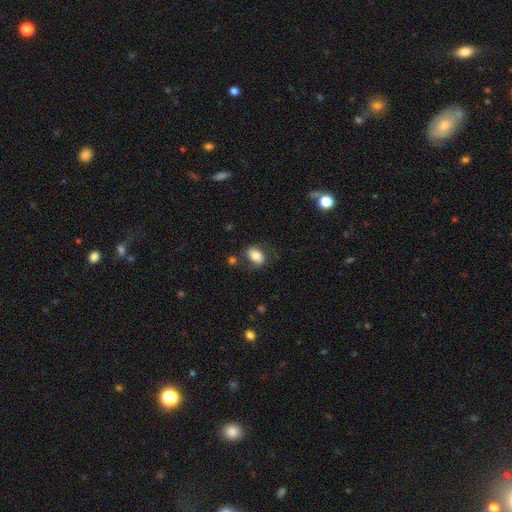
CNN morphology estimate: Smooth or featured: smooth — 77% (featured or disk — 15%)
How rounded: in between — 80% (round — 18%)
Merging: none — 64% (minor disturbance — 20%)